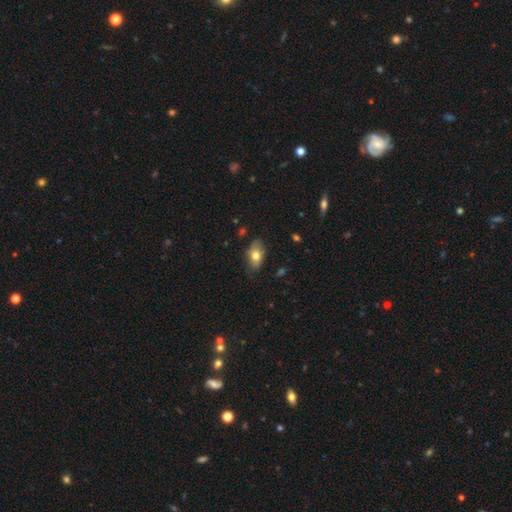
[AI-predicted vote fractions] smooth 72%, featured or disk 20%, star or artifact 8%. Down the decision tree: how rounded — in between (89%); merging — none (72%).